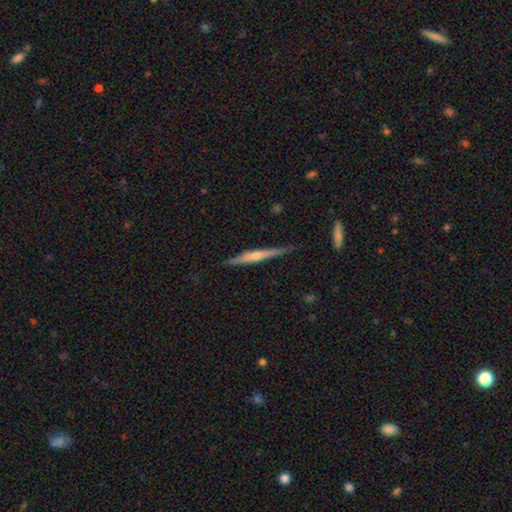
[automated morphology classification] Smooth or featured?
  - featured or disk: 74% *
  - smooth: 20%
  - star or artifact: 6%
Edge-on disk?
  - yes: 98% *
  - no: 2%
Edge-on bulge?
  - rounded: 79% *
  - none: 15%
  - boxy: 6%
Merging?
  - none: 87% *
  - minor disturbance: 10%
  - major disturbance: 2%
  - merger: 1%